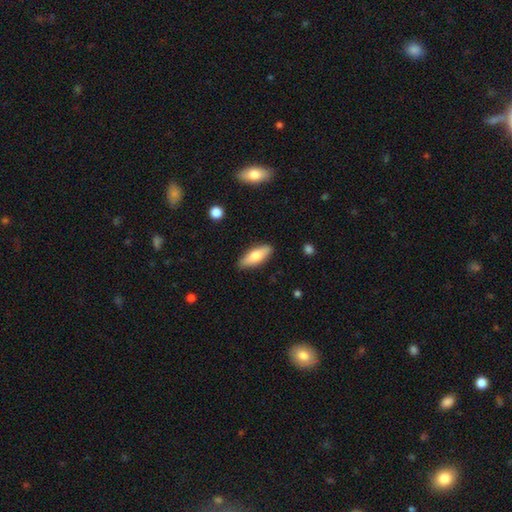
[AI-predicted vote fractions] This appears to be a smooth galaxy with no disk features (71%) that is in between round and cigar-shaped (66%). Merging: none (87%).